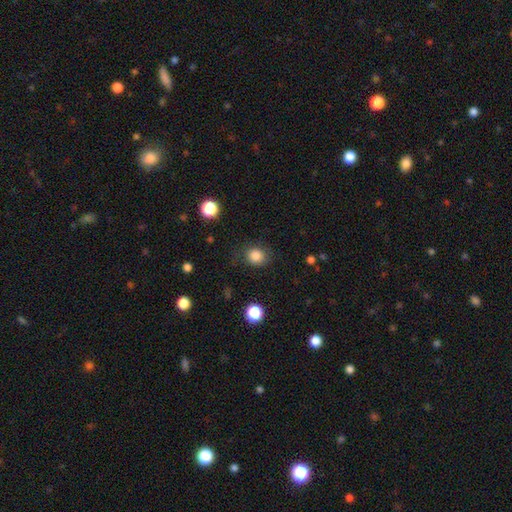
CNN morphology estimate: type=smooth (84%); roundness=round (76%); merging=none (79%).